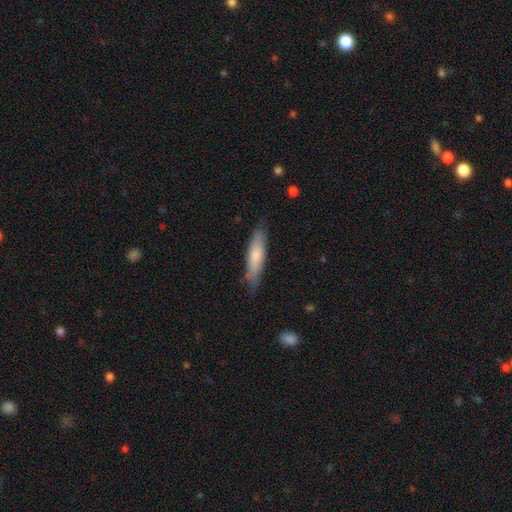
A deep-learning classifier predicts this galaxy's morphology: A smooth galaxy with no disk features (72%) that is cigar-shaped (75%). Merging: none (78%).